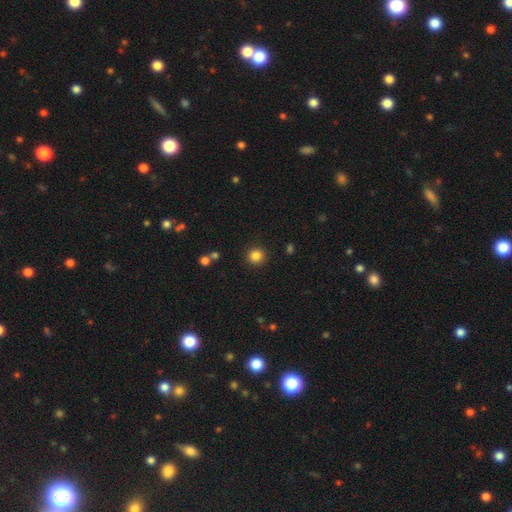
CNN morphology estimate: Q: Smooth or featured?
A: smooth (84%); runner-up: star or artifact (12%)
Q: How rounded?
A: round (91%); runner-up: in between (8%)
Q: Merging?
A: none (90%); runner-up: minor disturbance (6%)